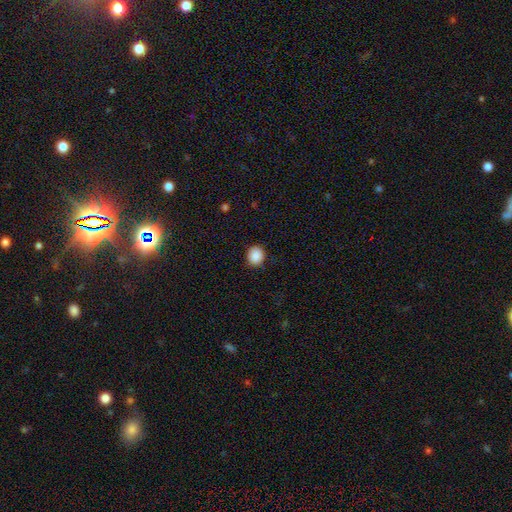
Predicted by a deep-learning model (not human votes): Morphology: type=smooth (89%); roundness=round (79%); merging=none (88%).